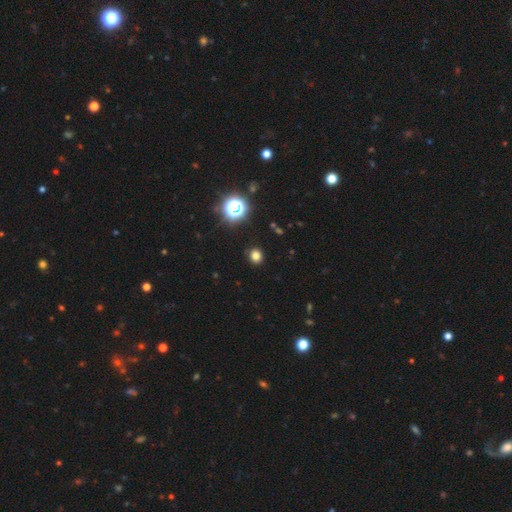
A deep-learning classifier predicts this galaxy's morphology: Smooth or featured?
  - smooth: 77% *
  - star or artifact: 19%
  - featured or disk: 5%
How rounded?
  - round: 84% *
  - in between: 15%
  - cigar-shaped: 1%
Merging?
  - none: 90% *
  - minor disturbance: 6%
  - major disturbance: 2%
  - merger: 1%